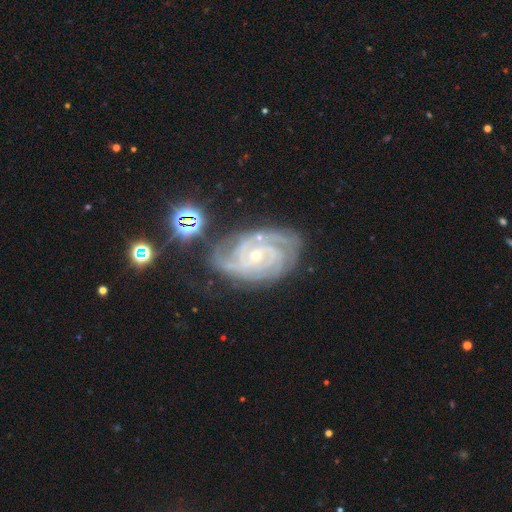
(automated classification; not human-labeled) Smooth or featured?
  - featured or disk: 89% *
  - star or artifact: 6%
  - smooth: 5%
Edge-on disk?
  - no: 97% *
  - yes: 3%
Bar?
  - no: 65% *
  - weak: 26%
  - strong: 9%
Spiral arms?
  - yes: 98% *
  - no: 2%
Spiral winding?
  - tight: 72% *
  - medium: 25%
  - loose: 3%
Spiral arm count?
  - 3: 32% *
  - 4: 21%
  - 2: 19%
  - can't tell: 16%
  - more than 4: 6%
  - 1: 6%
Bulge size?
  - small: 73% *
  - moderate: 24%
  - none: 1%
  - large: 1%
  - dominant: 1%
Merging?
  - none: 66% *
  - minor disturbance: 22%
  - major disturbance: 8%
  - merger: 4%